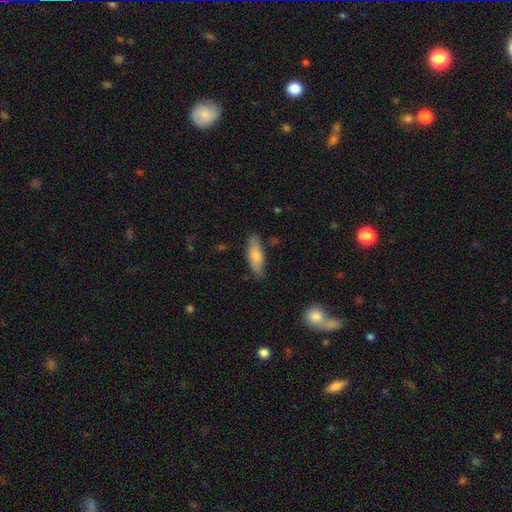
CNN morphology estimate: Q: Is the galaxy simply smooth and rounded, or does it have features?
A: smooth — 78%.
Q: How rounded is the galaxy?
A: in between — 64%.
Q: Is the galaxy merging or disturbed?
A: none — 79%.